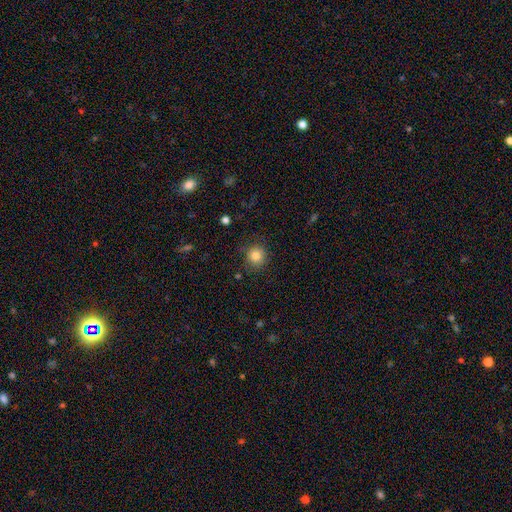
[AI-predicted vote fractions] Morphology: type=smooth (83%); roundness=round (92%); merging=none (86%).